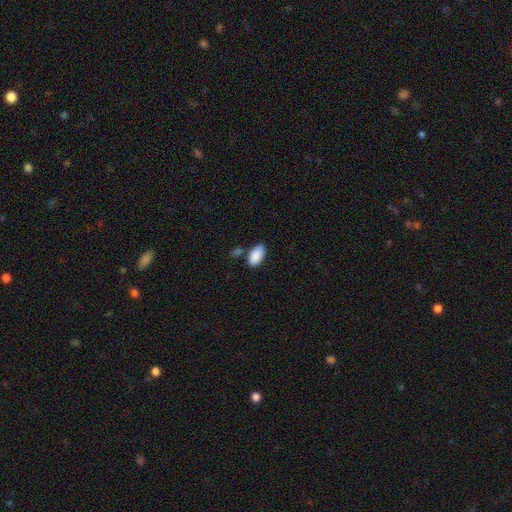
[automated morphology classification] A smooth galaxy with no disk features (90%) that is in between round and cigar-shaped (95%). Merging: none (72%).